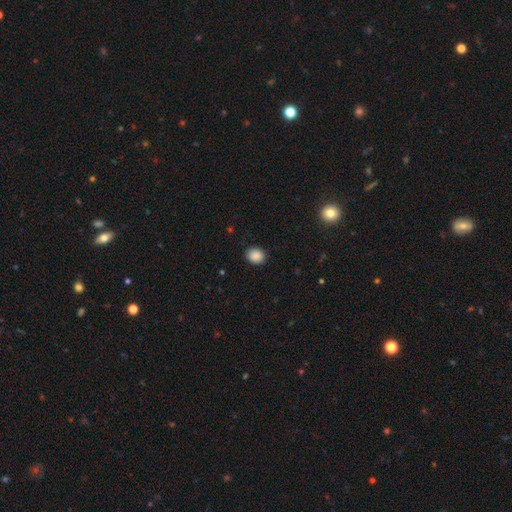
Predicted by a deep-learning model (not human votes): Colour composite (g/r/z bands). It shows a smooth galaxy with no disk features (89%) that is round (60%). Merging: none (90%).